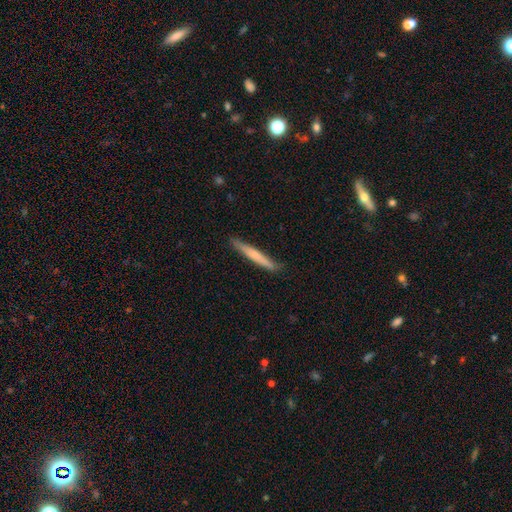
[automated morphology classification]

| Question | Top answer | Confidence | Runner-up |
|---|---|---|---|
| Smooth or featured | smooth | 64% | featured or disk (30%) |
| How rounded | cigar-shaped | 96% | in between (3%) |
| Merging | none | 86% | minor disturbance (11%) |